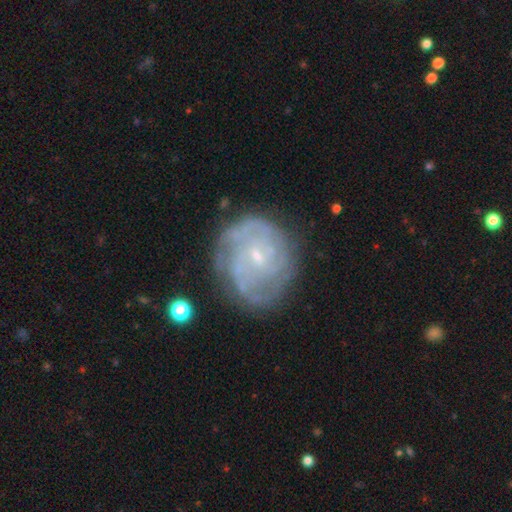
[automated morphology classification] smooth-or-featured: featured or disk: 79% | smooth: 14% | star or artifact: 7%
  disk-edge-on: no: 98% | yes: 2%
    bar: no: 60% | weak: 34% | strong: 6%
    has-spiral-arms: yes: 87% | no: 13%
      spiral-winding: tight: 61% | medium: 30% | loose: 10%
      spiral-arm-count: can't tell: 42% | 2: 19% | 3: 17% | 4: 11% | more than 4: 5% | 1: 5%
    bulge-size: small: 79% | moderate: 15% | none: 4% | large: 1% | dominant: 1%
  merging: none: 69% | minor disturbance: 19% | major disturbance: 9% | merger: 2%